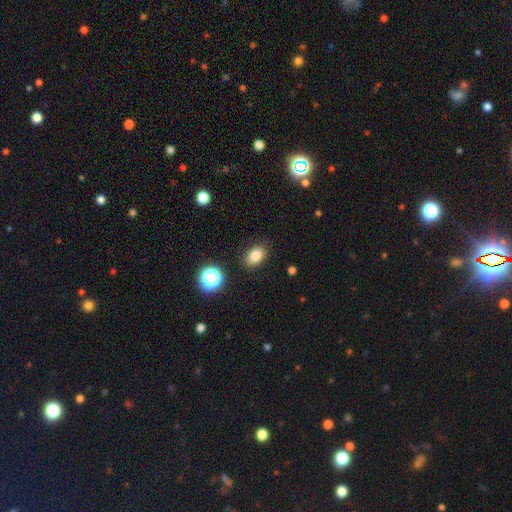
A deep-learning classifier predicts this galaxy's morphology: The model was most divided on "how rounded": in between: 81%, round: 17%, cigar-shaped: 1%. More confident: merging — none (86%); smooth or featured — smooth (83%).